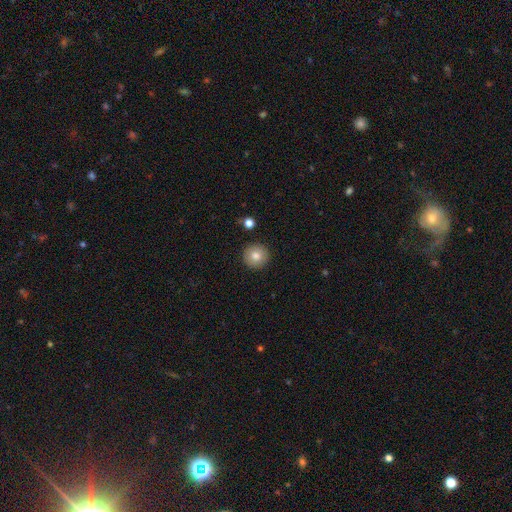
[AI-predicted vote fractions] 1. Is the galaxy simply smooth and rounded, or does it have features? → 83% smooth, 9% star or artifact, 8% featured or disk.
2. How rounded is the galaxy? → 95% round, 4% in between, 1% cigar-shaped.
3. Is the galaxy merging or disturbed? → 92% none, 5% minor disturbance, 2% major disturbance, 1% merger.